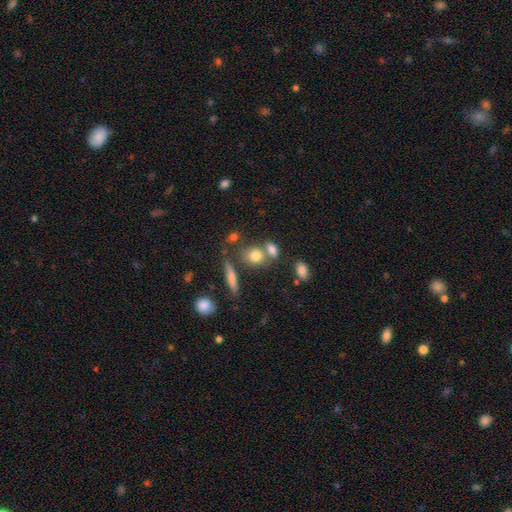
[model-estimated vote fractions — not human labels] Smooth or featured? smooth (77%)
How rounded? round (50%)
Merging? none (54%)